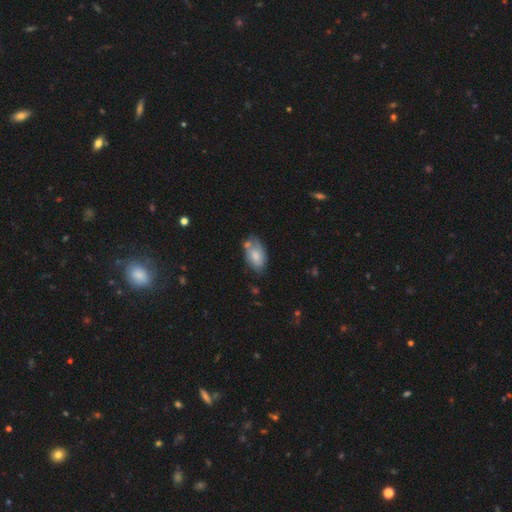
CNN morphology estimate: Smooth or featured?
  - smooth: 69% *
  - featured or disk: 24%
  - star or artifact: 7%
How rounded?
  - in between: 92% *
  - round: 6%
  - cigar-shaped: 2%
Merging?
  - none: 53% *
  - minor disturbance: 27%
  - merger: 13%
  - major disturbance: 7%